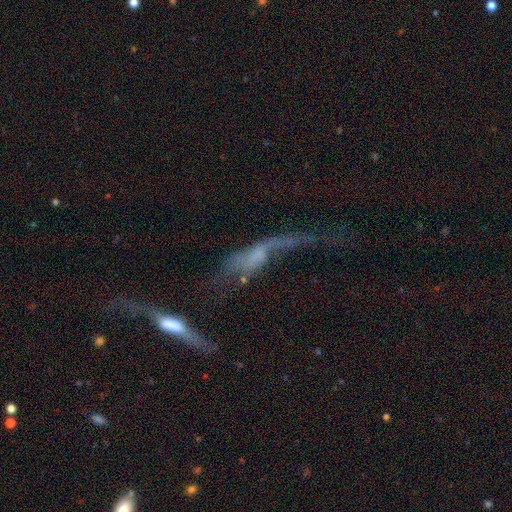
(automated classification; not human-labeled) Smooth or featured? featured or disk (55%)
Edge-on disk? no (60%)
Merging? major disturbance (40%)